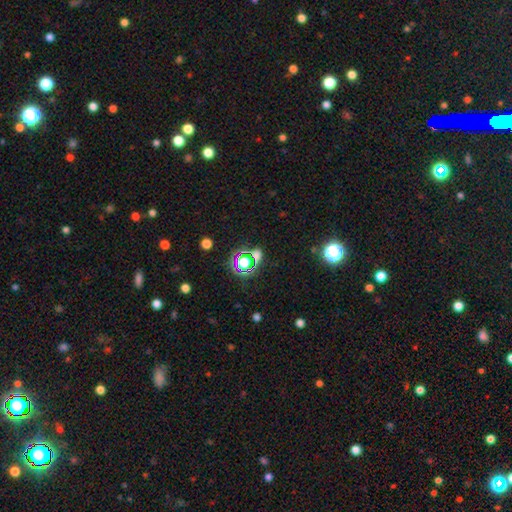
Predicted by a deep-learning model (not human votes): Smooth or featured?
  - star or artifact: 55% *
  - smooth: 35%
  - featured or disk: 10%